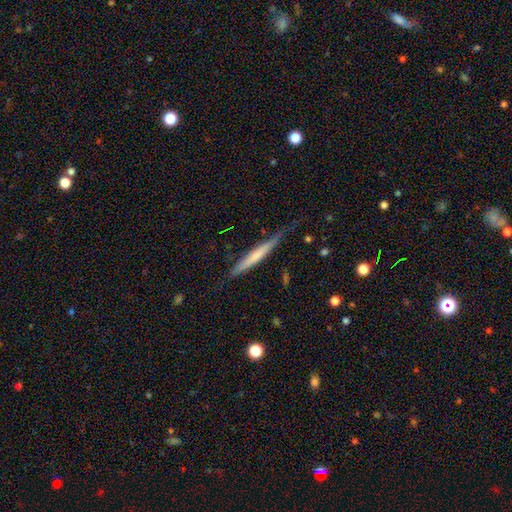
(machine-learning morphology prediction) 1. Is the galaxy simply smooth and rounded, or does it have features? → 50% smooth, 44% featured or disk, 6% star or artifact.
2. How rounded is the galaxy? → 95% cigar-shaped, 4% in between, 1% round.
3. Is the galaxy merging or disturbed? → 68% none, 24% minor disturbance, 6% major disturbance, 2% merger.